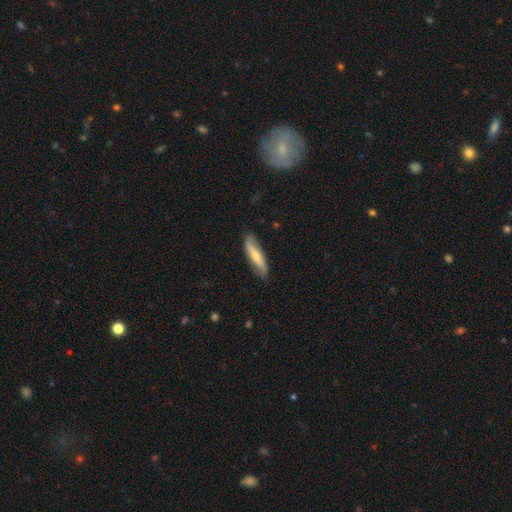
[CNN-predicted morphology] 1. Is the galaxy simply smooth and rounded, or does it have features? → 51% featured or disk, 43% smooth, 5% star or artifact.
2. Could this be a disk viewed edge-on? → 57% no, 43% yes.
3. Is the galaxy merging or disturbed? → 81% none, 15% minor disturbance, 3% major disturbance, 1% merger.